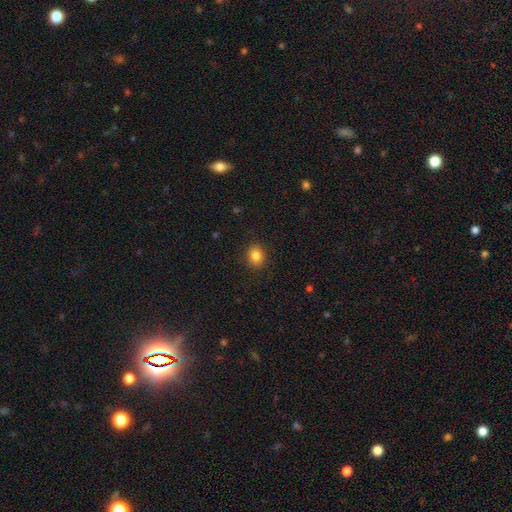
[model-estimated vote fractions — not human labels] Smooth or featured? smooth (85%)
How rounded? round (52%)
Merging? none (89%)